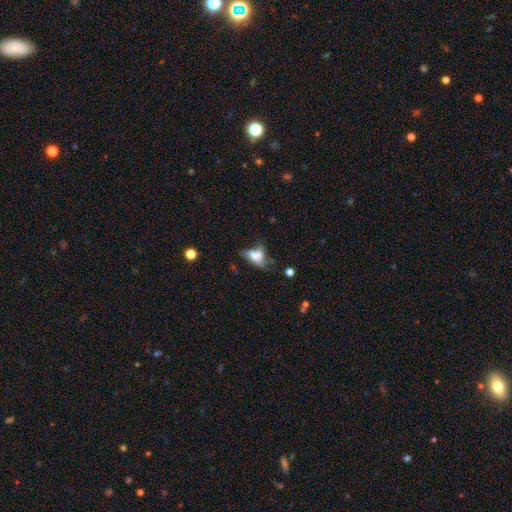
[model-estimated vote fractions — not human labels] smooth 55%, featured or disk 33%, star or artifact 12%. Down the decision tree: how rounded — in between (81%); merging — merger (40%).